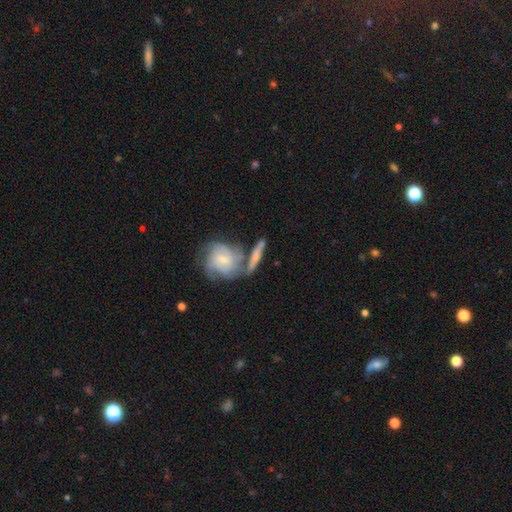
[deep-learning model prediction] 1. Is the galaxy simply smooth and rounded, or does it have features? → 54% featured or disk, 39% smooth, 7% star or artifact.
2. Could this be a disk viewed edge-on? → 54% no, 46% yes.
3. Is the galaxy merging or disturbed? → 49% none, 31% merger, 14% minor disturbance, 6% major disturbance.